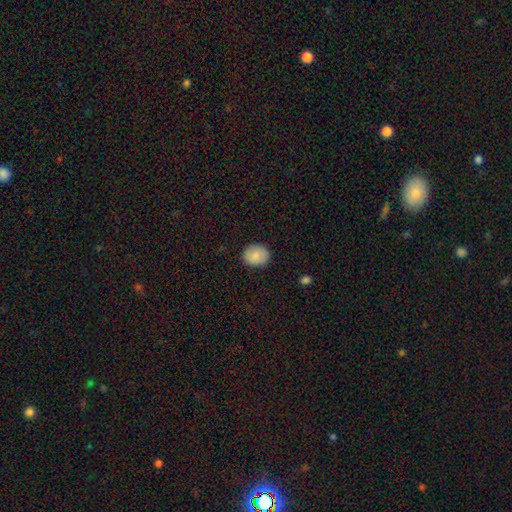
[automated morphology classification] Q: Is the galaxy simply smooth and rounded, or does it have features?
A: smooth — 86%.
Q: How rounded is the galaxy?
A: round — 60%.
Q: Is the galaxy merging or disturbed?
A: none — 88%.